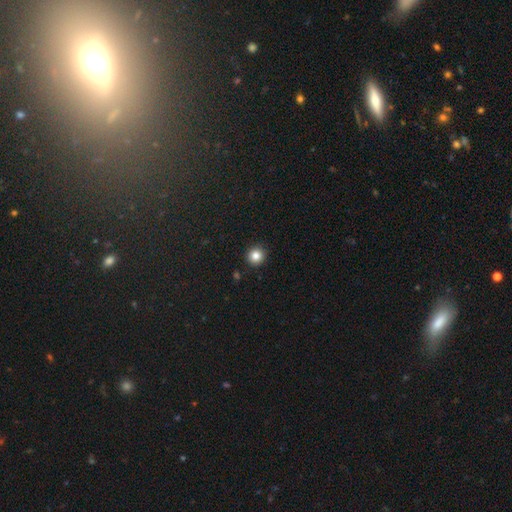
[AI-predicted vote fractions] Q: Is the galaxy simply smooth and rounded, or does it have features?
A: smooth — 83%.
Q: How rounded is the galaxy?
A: round — 93%.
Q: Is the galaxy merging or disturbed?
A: none — 92%.